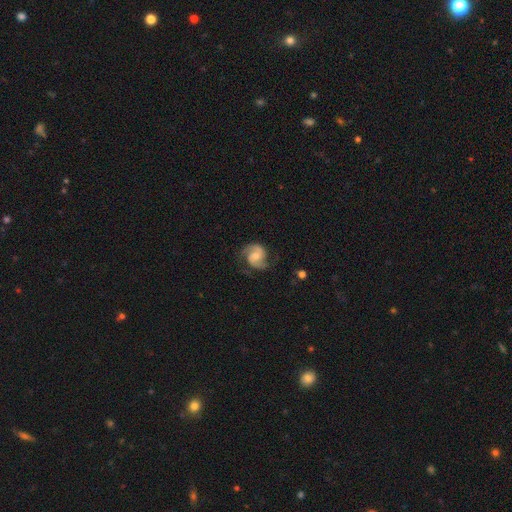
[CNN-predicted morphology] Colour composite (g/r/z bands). It shows a featured or disk galaxy (88%) with no bar (52%), 2 (93%) medium (56%) spiral arms (98%) and a moderate central bulge (44%). Merging: none (76%).